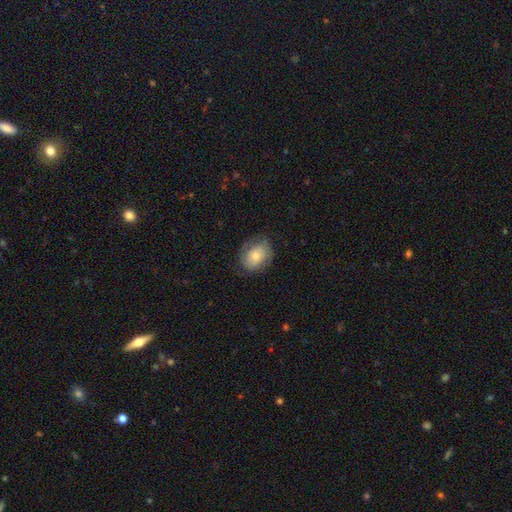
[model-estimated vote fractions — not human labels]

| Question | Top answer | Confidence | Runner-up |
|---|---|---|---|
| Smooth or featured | smooth | 60% | featured or disk (32%) |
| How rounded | in between | 56% | round (43%) |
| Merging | none | 69% | minor disturbance (21%) |